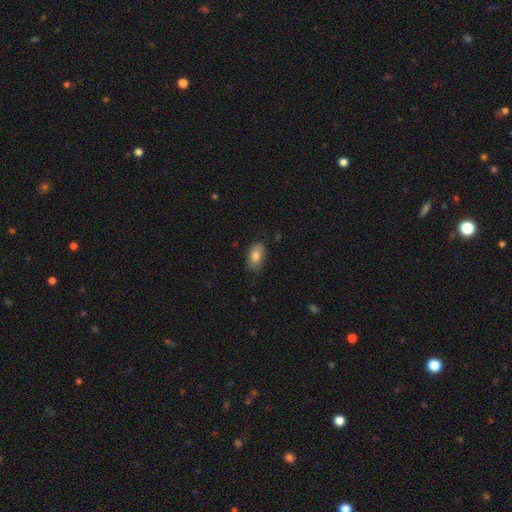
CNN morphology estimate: Smooth or featured? smooth (80%)
How rounded? in between (92%)
Merging? none (78%)